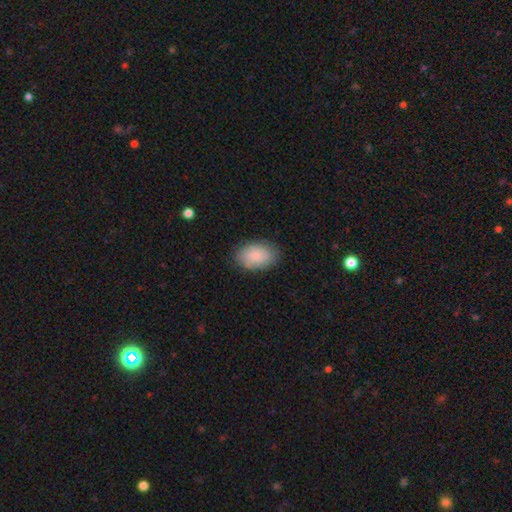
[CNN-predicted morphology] smooth 87%, featured or disk 7%, star or artifact 6%. Down the decision tree: how rounded — in between (89%); merging — none (84%).